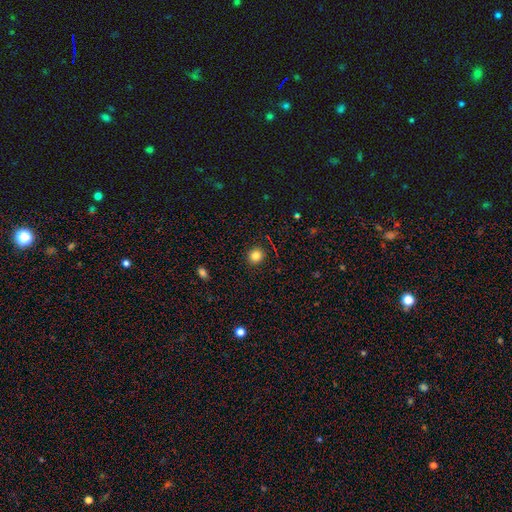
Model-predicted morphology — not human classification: Q: Smooth or featured?
A: smooth (83%); runner-up: star or artifact (12%)
Q: How rounded?
A: round (86%); runner-up: in between (13%)
Q: Merging?
A: none (91%); runner-up: minor disturbance (6%)